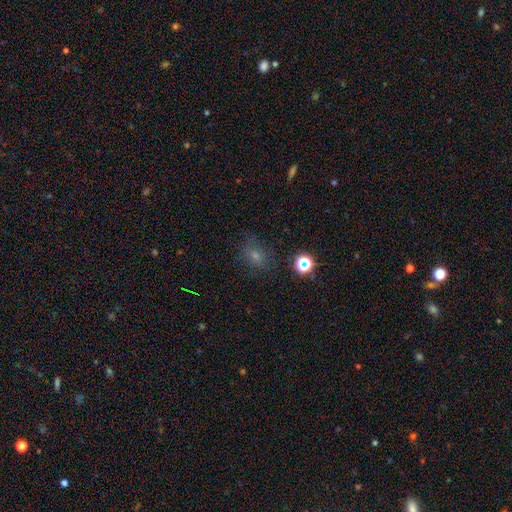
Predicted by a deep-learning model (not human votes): smooth 61%, star or artifact 25%, featured or disk 14%. Down the decision tree: how rounded — round (51%); merging — none (71%).